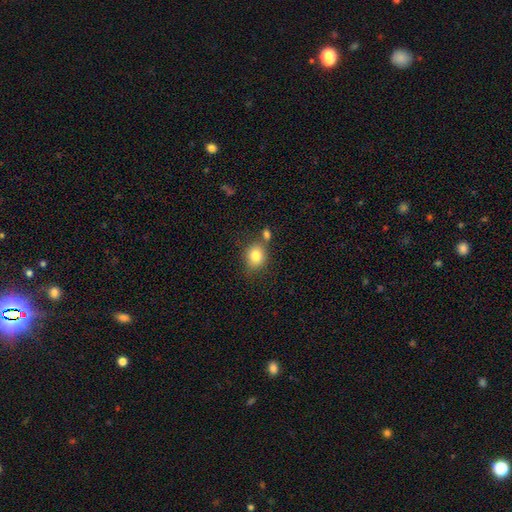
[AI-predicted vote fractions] Smooth or featured?
  - smooth: 81% *
  - star or artifact: 10%
  - featured or disk: 9%
How rounded?
  - round: 67% *
  - in between: 32%
  - cigar-shaped: 1%
Merging?
  - none: 64% *
  - merger: 17%
  - minor disturbance: 14%
  - major disturbance: 4%